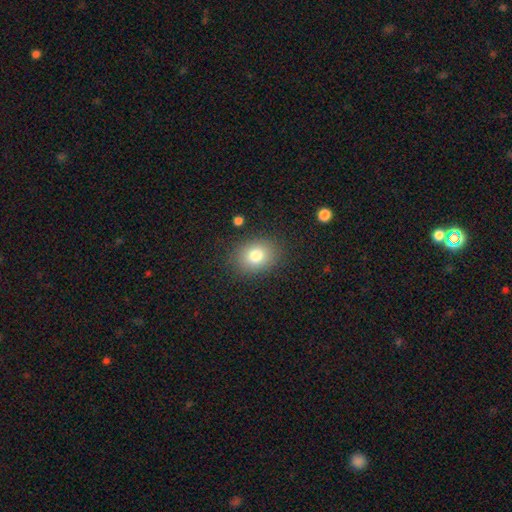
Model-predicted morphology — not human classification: This is likely a smooth galaxy (80%). How rounded: possibly in between (55%). Merging: clearly none (85%).